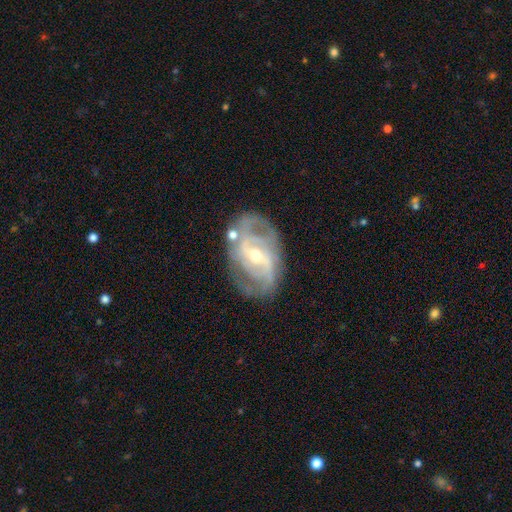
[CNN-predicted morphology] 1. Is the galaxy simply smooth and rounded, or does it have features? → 87% featured or disk, 7% smooth, 6% star or artifact.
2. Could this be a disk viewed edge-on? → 96% no, 4% yes.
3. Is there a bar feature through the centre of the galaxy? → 46% weak, 33% strong, 21% no.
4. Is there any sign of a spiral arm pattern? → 94% yes, 6% no.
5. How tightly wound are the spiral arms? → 47% medium, 34% tight, 18% loose.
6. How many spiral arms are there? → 59% 2, 17% 3, 15% can't tell, 4% 4, 3% 1, 3% more than 4.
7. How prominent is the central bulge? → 49% moderate, 47% small, 2% large, 1% none, 1% dominant.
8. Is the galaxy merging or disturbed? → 70% none, 18% minor disturbance, 8% major disturbance, 5% merger.